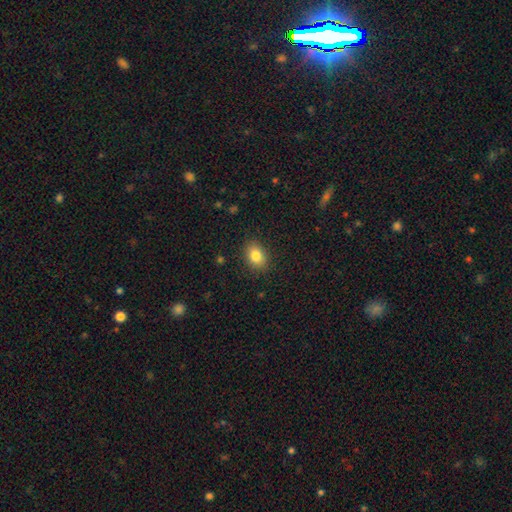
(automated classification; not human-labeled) A smooth galaxy with no disk features (83%) that is in between round and cigar-shaped (73%). Merging: none (87%).